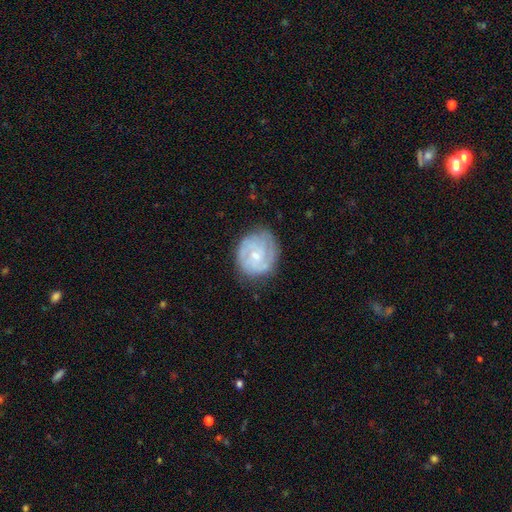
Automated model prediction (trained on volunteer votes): This appears to be a featured or disk galaxy (73%) with no bar (70%), can't tell (32%, tied with 2) tight (65%) spiral arms (90%) and a small central bulge (64%). Merging: none (74%).